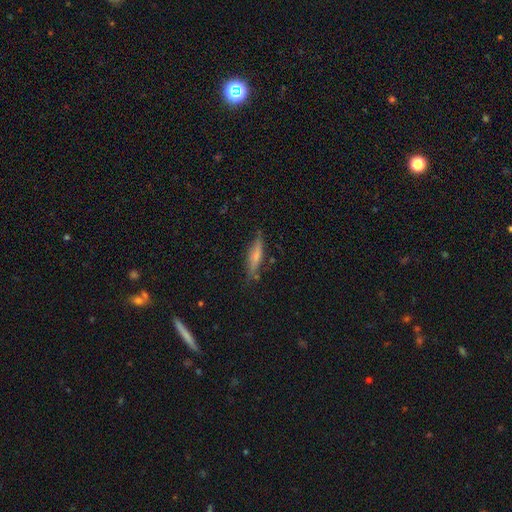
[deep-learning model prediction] smooth-or-featured: smooth: 58% | featured or disk: 34% | star or artifact: 7%
  how-rounded: cigar-shaped: 80% | in between: 18% | round: 2%
  merging: none: 77% | minor disturbance: 17% | major disturbance: 4% | merger: 3%